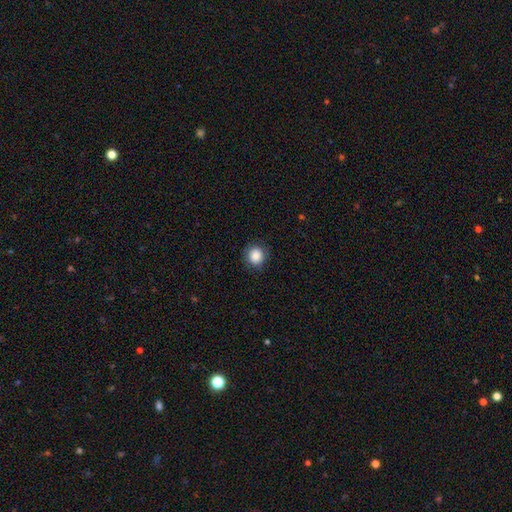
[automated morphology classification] A smooth galaxy with no disk features (87%) that is round (89%).

Vote fractions:
- Smooth or featured? smooth: 87% / star or artifact: 9% / featured or disk: 4%
- How rounded? round: 89% / in between: 10% / cigar-shaped: 1%
- Merging? none: 87% / minor disturbance: 9% / major disturbance: 3% / merger: 1%